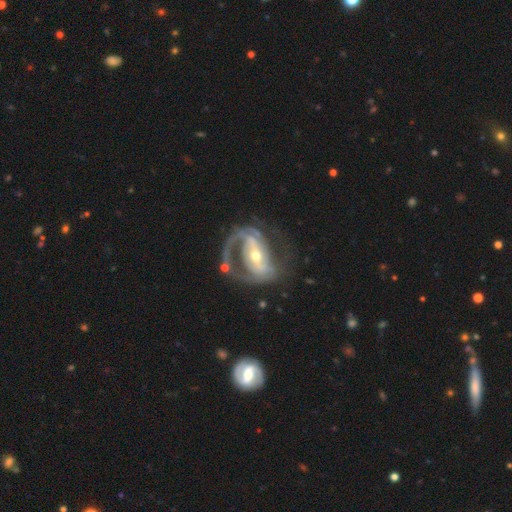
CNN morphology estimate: Smooth or featured?
  - featured or disk: 87% *
  - smooth: 8%
  - star or artifact: 5%
Edge-on disk?
  - no: 96% *
  - yes: 4%
Bar?
  - strong: 46% *
  - weak: 34%
  - no: 20%
Spiral arms?
  - yes: 91% *
  - no: 9%
Spiral winding?
  - medium: 45% *
  - tight: 32%
  - loose: 23%
Spiral arm count?
  - 2: 51% *
  - 1: 30%
  - can't tell: 10%
  - 3: 5%
  - 4: 2%
  - more than 4: 2%
Bulge size?
  - moderate: 52% *
  - small: 43%
  - large: 4%
  - none: 1%
  - dominant: 1%
Merging?
  - none: 46% *
  - major disturbance: 30%
  - minor disturbance: 19%
  - merger: 5%